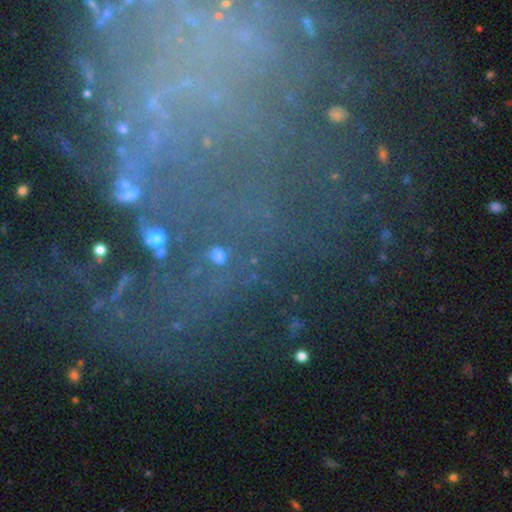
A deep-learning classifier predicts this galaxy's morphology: A star or artifact, not a galaxy (50%).

Vote fractions:
- Smooth or featured? star or artifact: 50% / featured or disk: 33% / smooth: 17%